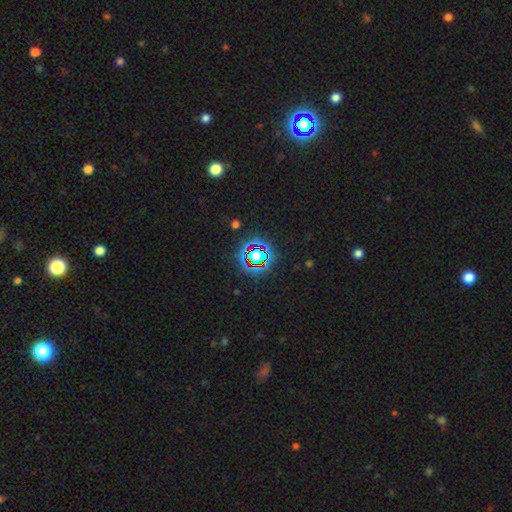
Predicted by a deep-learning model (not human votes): Smooth or featured? star or artifact (72%)